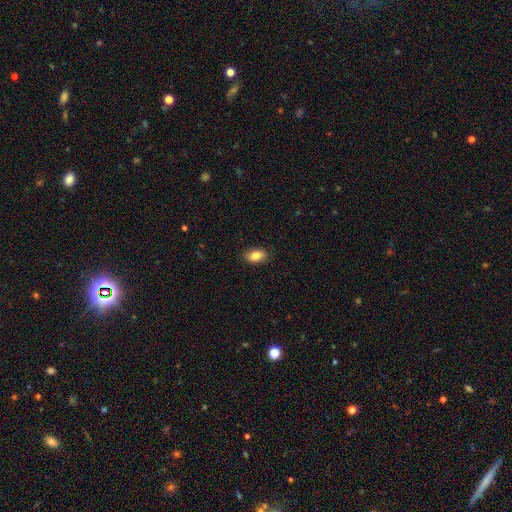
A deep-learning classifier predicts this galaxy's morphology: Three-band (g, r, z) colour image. It shows a smooth galaxy with no disk features (84%) that is in between round and cigar-shaped (90%). Merging: none (89%).